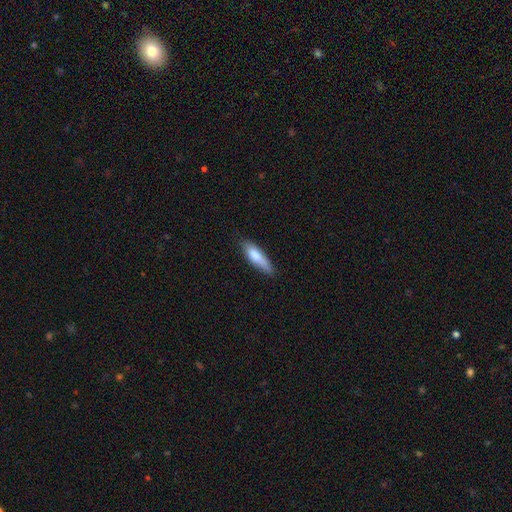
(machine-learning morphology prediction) This is likely a smooth galaxy (78%). How rounded: possibly cigar-shaped (59%). Merging: likely none (71%).